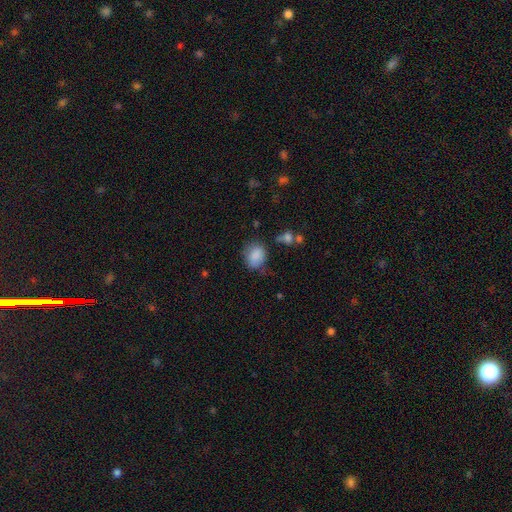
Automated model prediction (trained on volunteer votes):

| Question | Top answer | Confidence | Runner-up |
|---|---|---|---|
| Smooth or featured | smooth | 84% | star or artifact (9%) |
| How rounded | in between | 57% | round (42%) |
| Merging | none | 62% | minor disturbance (26%) |